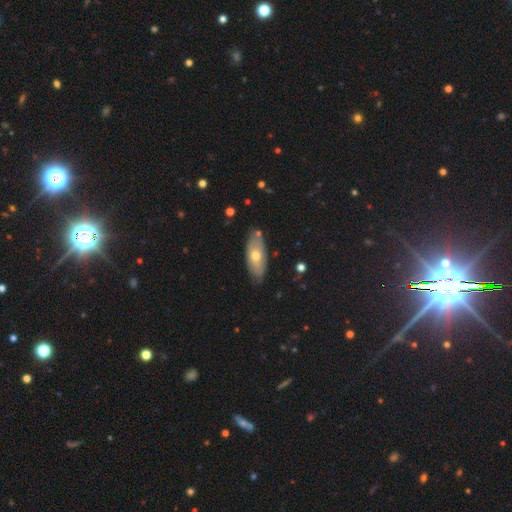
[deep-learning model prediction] This is possibly a smooth galaxy (58%). How rounded: clearly in between (83%). Merging: likely none (80%).